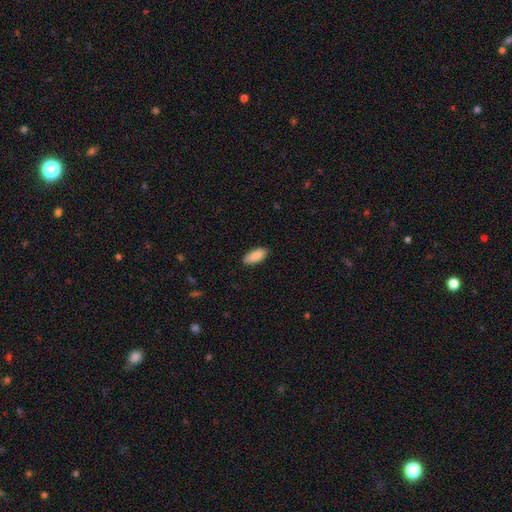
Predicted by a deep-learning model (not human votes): Q: Smooth or featured?
A: smooth (89%); runner-up: star or artifact (6%)
Q: How rounded?
A: in between (89%); runner-up: cigar-shaped (9%)
Q: Merging?
A: none (88%); runner-up: minor disturbance (9%)